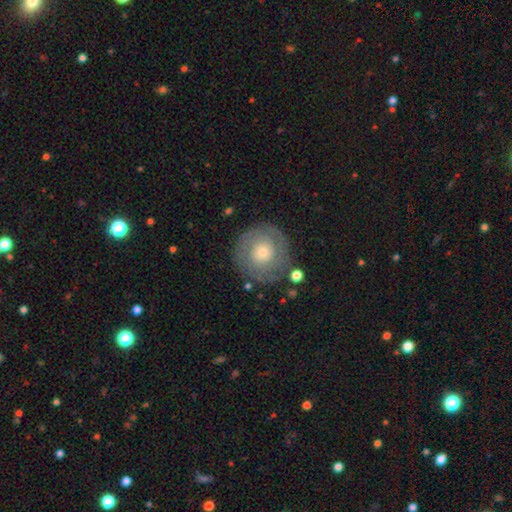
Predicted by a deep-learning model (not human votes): Morphology: type=featured or disk (55%); edge-on=no (97%); bar=no (86%); spiral arms=yes (65%); bulge=small (48%); merging=none (80%).